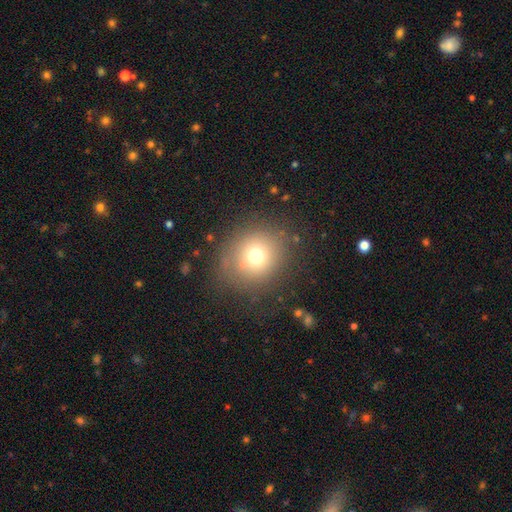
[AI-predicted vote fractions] This is likely a smooth galaxy (71%). How rounded: clearly round (86%). Merging: clearly none (80%).